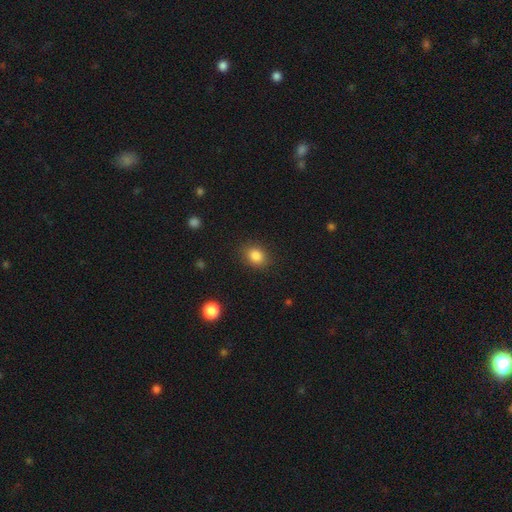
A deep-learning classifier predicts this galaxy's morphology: smooth-or-featured: smooth: 85% | star or artifact: 10% | featured or disk: 5%
  how-rounded: in between: 50% | round: 49% | cigar-shaped: 1%
  merging: none: 88% | minor disturbance: 9% | major disturbance: 3% | merger: 1%